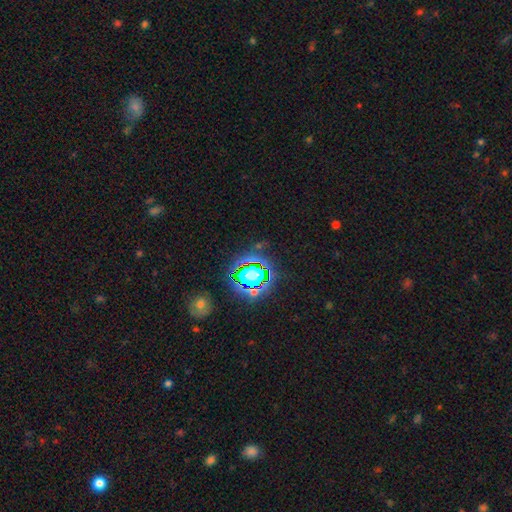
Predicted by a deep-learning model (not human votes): star or artifact 80%, smooth 13%, featured or disk 7%.